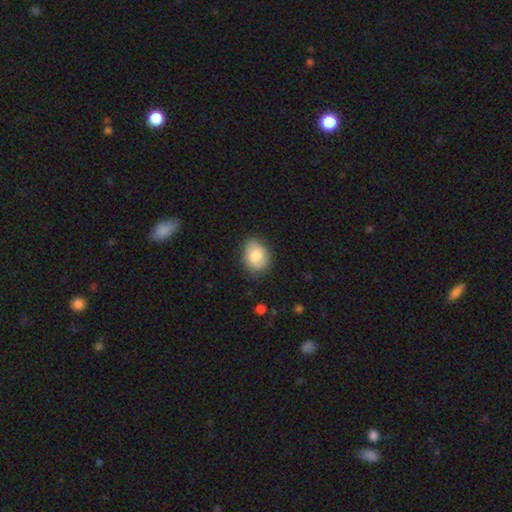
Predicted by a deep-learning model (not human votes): Overall: smooth (81%). How rounded: round (50%; in between 49%). Merging: none (79%).